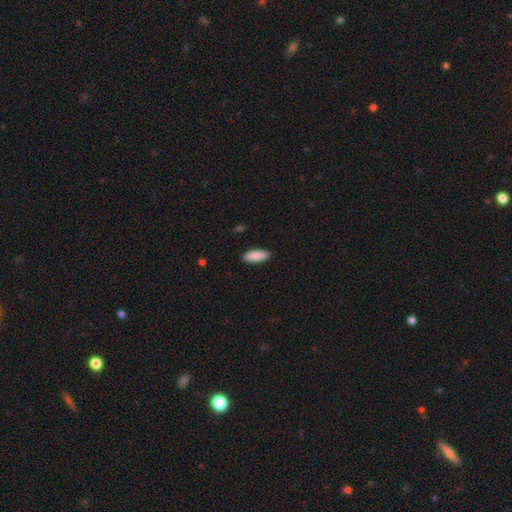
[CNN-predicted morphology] Smooth or featured: smooth — 90% (star or artifact — 6%)
How rounded: in between — 75% (cigar-shaped — 23%)
Merging: none — 89% (minor disturbance — 8%)